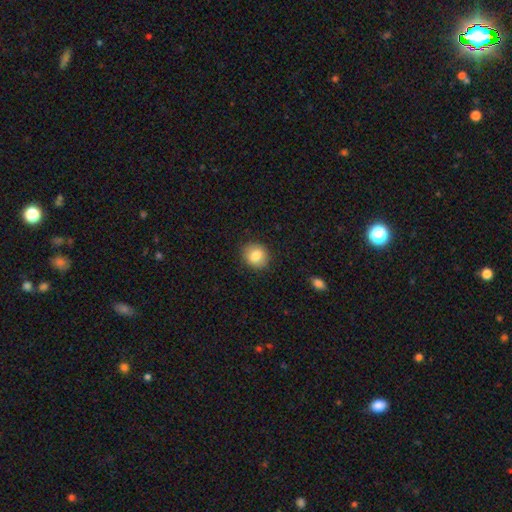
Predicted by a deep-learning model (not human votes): smooth_or_featured: smooth (p=0.82) [alt: featured or disk p=0.09]
how_rounded: round (p=0.77) [alt: in between p=0.22]
merging: none (p=0.89) [alt: minor disturbance p=0.08]